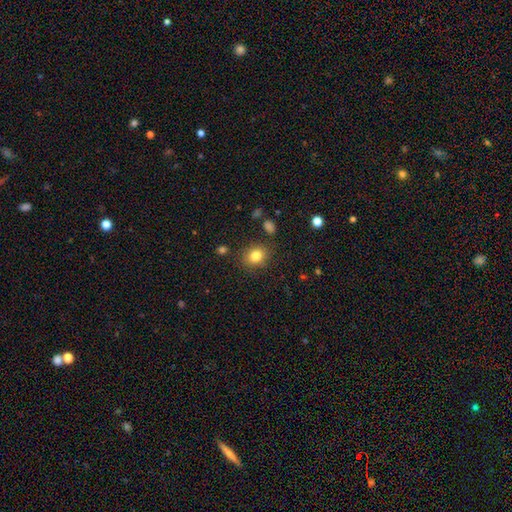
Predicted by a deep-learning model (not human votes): The model was most divided on "how rounded": round: 60%, in between: 39%, cigar-shaped: 1%. More confident: merging — none (83%); smooth or featured — smooth (82%).